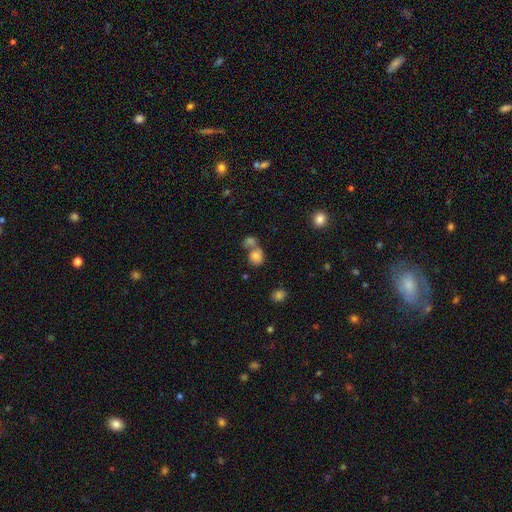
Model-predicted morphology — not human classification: smooth_or_featured: smooth (p=0.79) [alt: star or artifact p=0.11]
how_rounded: round (p=0.70) [alt: in between p=0.29]
merging: merger (p=0.48) [alt: none p=0.40]